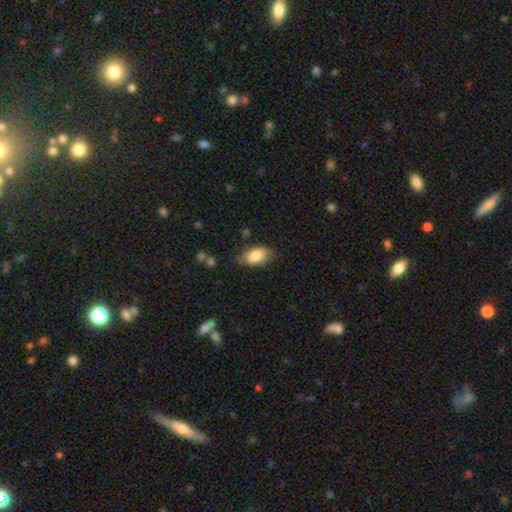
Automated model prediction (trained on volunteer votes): Smooth or featured: smooth — 83% (featured or disk — 10%)
How rounded: in between — 91% (round — 6%)
Merging: none — 74% (minor disturbance — 20%)